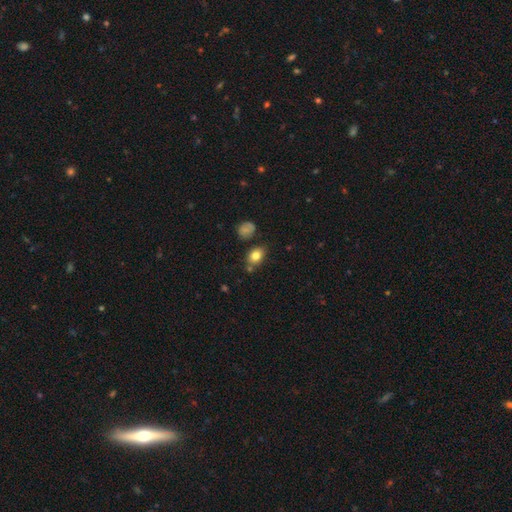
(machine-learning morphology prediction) Smooth or featured: smooth — 81% (star or artifact — 10%)
How rounded: in between — 66% (round — 32%)
Merging: none — 72% (minor disturbance — 16%)